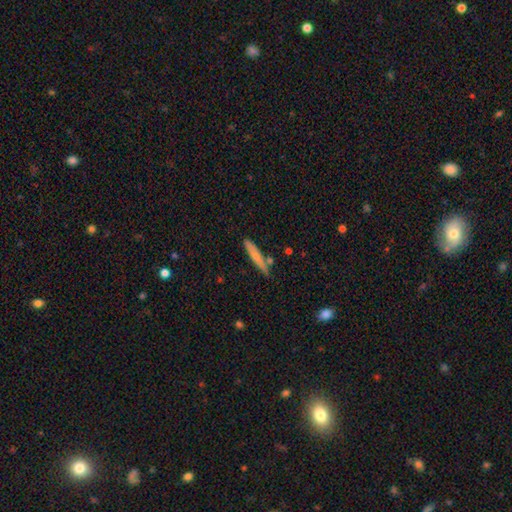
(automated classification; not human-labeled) smooth 62%, featured or disk 32%, star or artifact 6%. Down the decision tree: how rounded — cigar-shaped (89%); merging — none (77%).